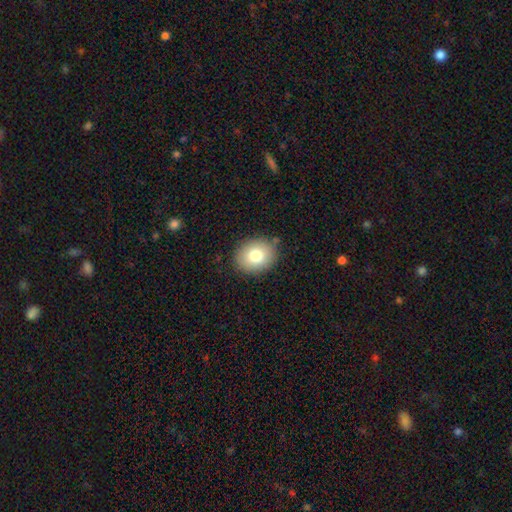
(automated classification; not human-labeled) A smooth galaxy with no disk features (78%) that is round (56%). Merging: none (86%).